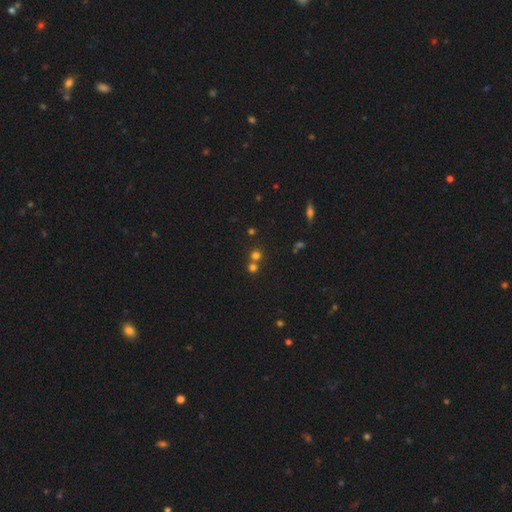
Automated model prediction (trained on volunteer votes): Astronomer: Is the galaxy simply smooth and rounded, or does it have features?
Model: smooth — 66%.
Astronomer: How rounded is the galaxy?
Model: round — 90%.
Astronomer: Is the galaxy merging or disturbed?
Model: none — 57% (runner-up: merger, 35%).